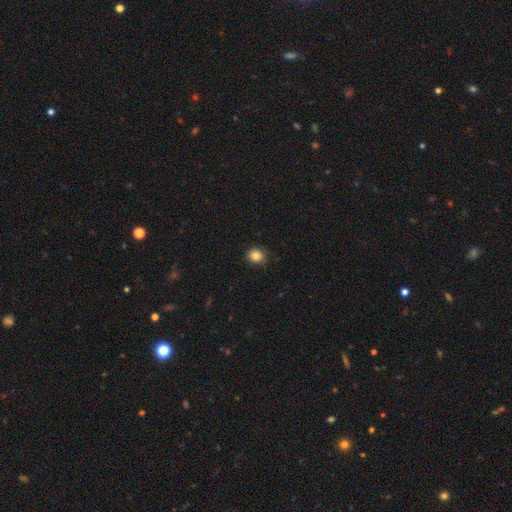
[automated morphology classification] Smooth or featured?
  - smooth: 86% *
  - star or artifact: 11%
  - featured or disk: 4%
How rounded?
  - round: 75% *
  - in between: 24%
  - cigar-shaped: 1%
Merging?
  - none: 84% *
  - minor disturbance: 12%
  - major disturbance: 2%
  - merger: 1%